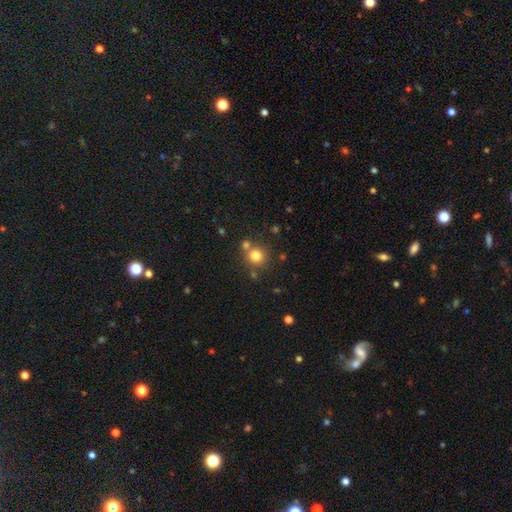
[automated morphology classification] Smooth or featured? smooth (78%)
How rounded? round (91%)
Merging? none (70%)